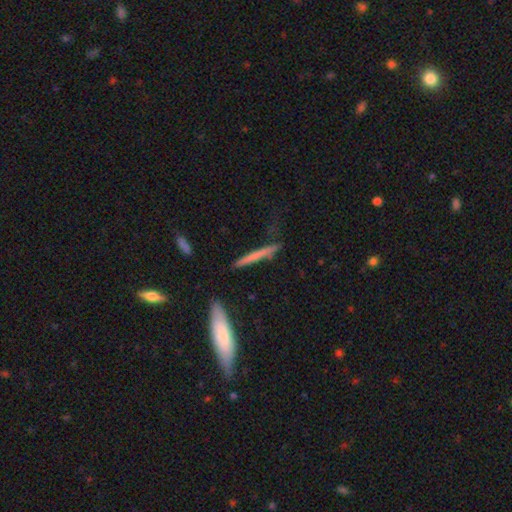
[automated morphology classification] A smooth galaxy with no disk features (56%) that is cigar-shaped (95%). Merging: none (81%).